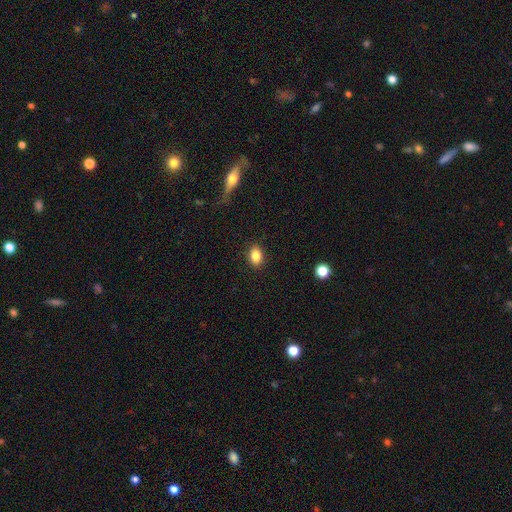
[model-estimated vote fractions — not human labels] smooth-or-featured: smooth: 86% | star or artifact: 9% | featured or disk: 6%
  how-rounded: in between: 80% | round: 18% | cigar-shaped: 2%
  merging: none: 88% | minor disturbance: 8% | major disturbance: 2% | merger: 1%